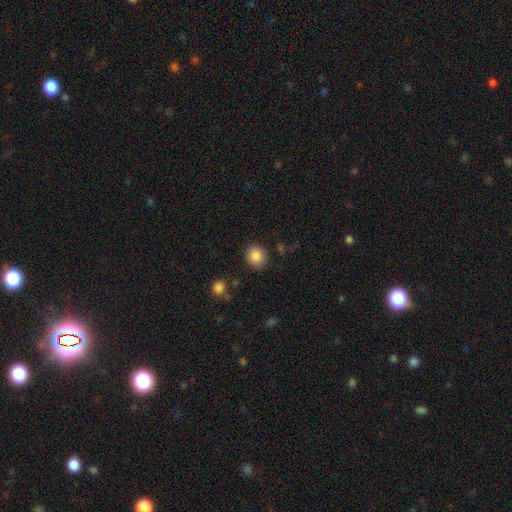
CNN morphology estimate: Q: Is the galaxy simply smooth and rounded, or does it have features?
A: smooth — 86%.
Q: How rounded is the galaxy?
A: round — 75%.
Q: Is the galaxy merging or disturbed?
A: none — 84%.